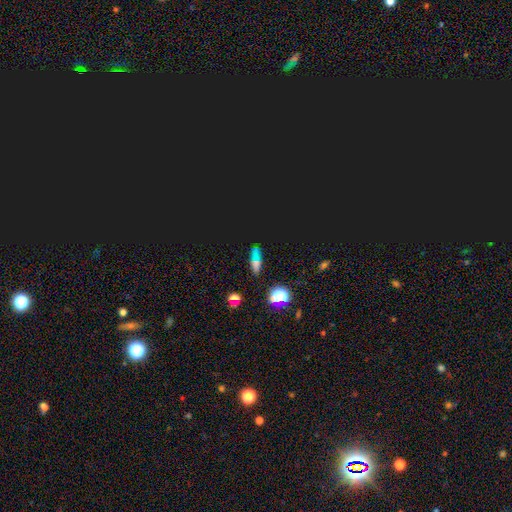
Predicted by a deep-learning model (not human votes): Q: Smooth or featured?
A: star or artifact (48%); runner-up: smooth (39%)